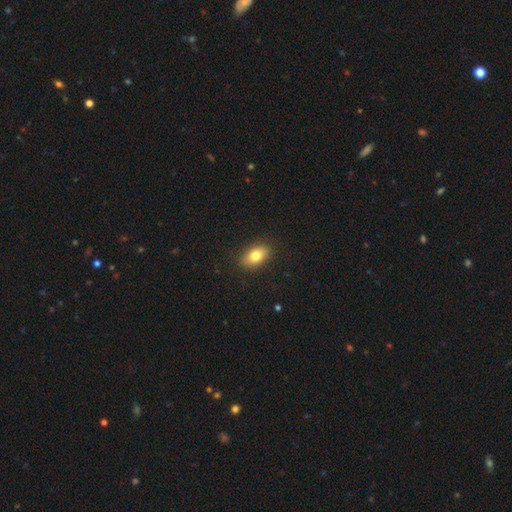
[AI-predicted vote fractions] smooth_or_featured: smooth (p=0.80) [alt: featured or disk p=0.11]
how_rounded: in between (p=0.87) [alt: round p=0.11]
merging: none (p=0.89) [alt: minor disturbance p=0.08]